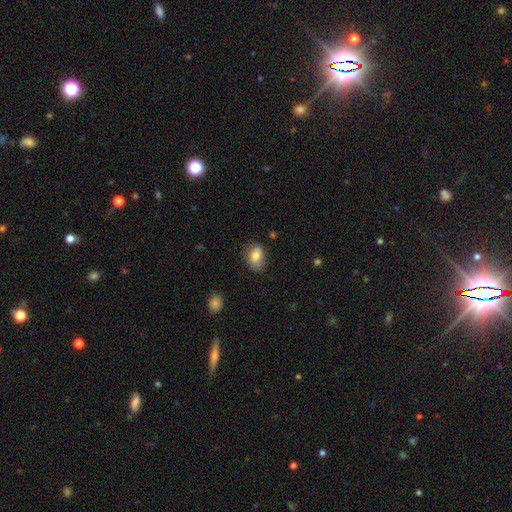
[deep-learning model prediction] Smooth or featured? smooth (77%)
How rounded? in between (77%)
Merging? none (67%)